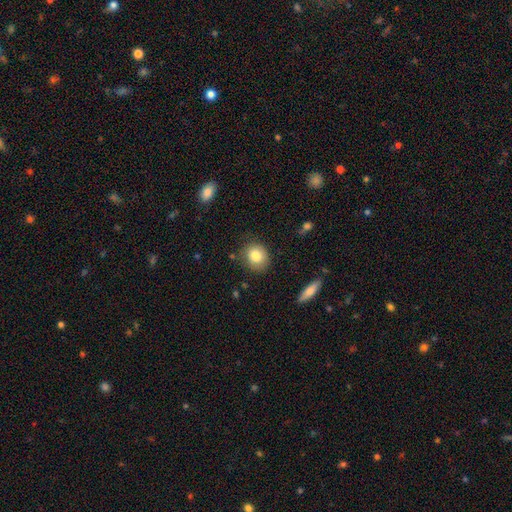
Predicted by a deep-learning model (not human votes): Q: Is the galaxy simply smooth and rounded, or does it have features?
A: smooth — 82%.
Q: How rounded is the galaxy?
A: round — 74%.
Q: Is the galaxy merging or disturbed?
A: none — 83%.